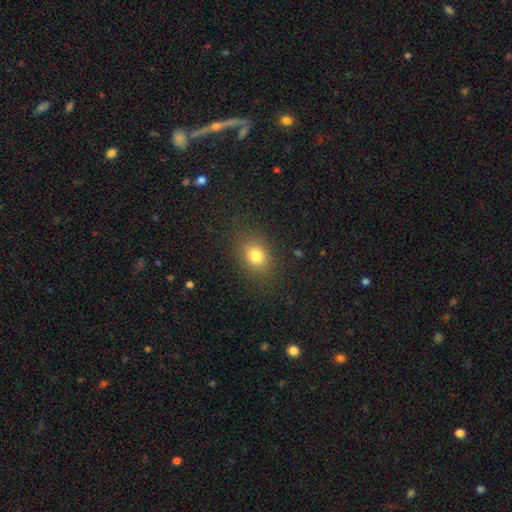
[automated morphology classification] Overall: smooth (79%). How rounded: in between (58%; round 40%). Merging: none (84%).